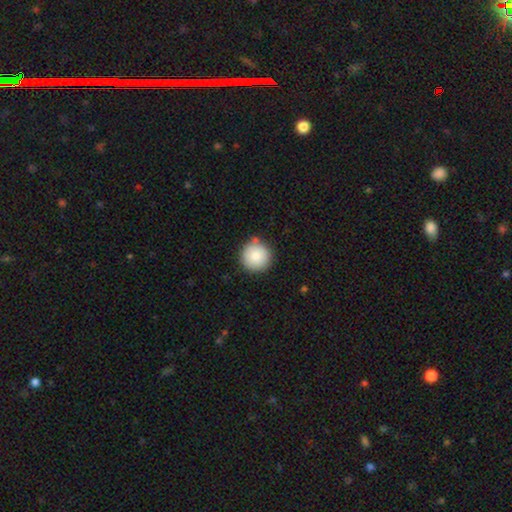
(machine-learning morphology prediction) Smooth or featured: smooth — 86% (star or artifact — 7%)
How rounded: round — 96% (in between — 3%)
Merging: none — 85% (minor disturbance — 9%)